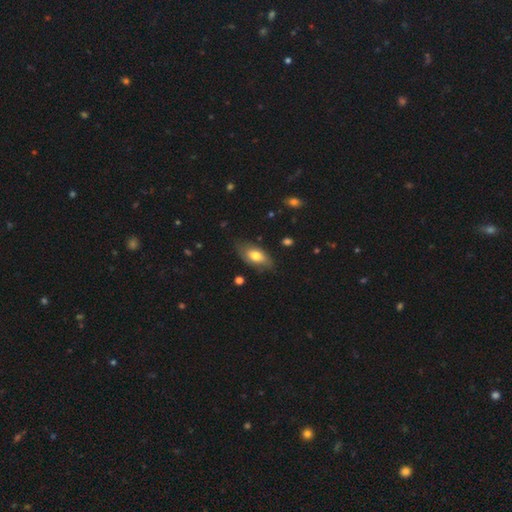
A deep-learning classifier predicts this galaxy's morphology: Overall: smooth (73%). How rounded: in between (90%). Merging: none (75%).